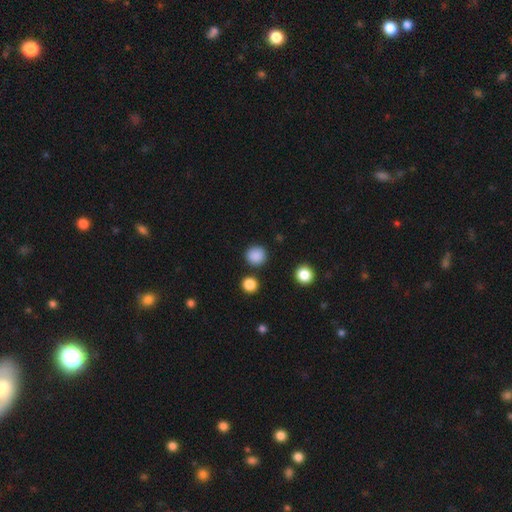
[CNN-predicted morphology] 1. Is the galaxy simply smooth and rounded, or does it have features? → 87% smooth, 11% star or artifact, 3% featured or disk.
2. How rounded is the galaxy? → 93% round, 6% in between, 1% cigar-shaped.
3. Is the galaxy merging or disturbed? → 89% none, 6% minor disturbance, 3% merger, 2% major disturbance.